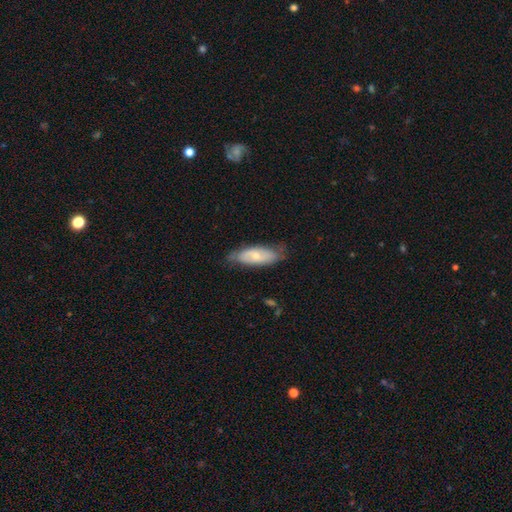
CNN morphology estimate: type=smooth (51%); roundness=in between (72%); merging=none (70%).